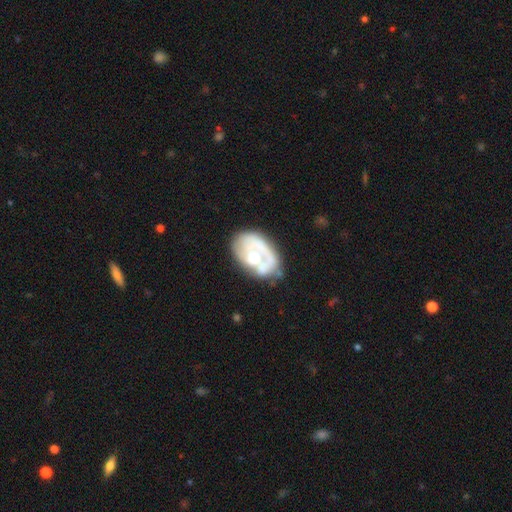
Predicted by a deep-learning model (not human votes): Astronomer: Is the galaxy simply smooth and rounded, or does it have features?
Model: featured or disk — 67%.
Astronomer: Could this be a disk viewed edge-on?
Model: no — 97%.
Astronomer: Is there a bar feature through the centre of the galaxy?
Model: no — 84%.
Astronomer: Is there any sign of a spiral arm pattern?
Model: no — 55% (runner-up: yes, 45%).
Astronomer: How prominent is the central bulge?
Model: moderate — 66%.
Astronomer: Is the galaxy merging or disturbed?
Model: none — 44% (runner-up: minor disturbance, 26%).